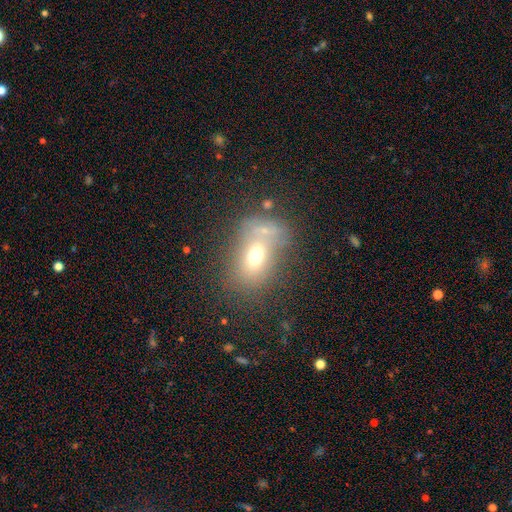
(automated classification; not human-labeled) Smooth or featured: smooth — 63% (featured or disk — 23%)
How rounded: in between — 77% (round — 20%)
Merging: none — 46% (merger — 27%)